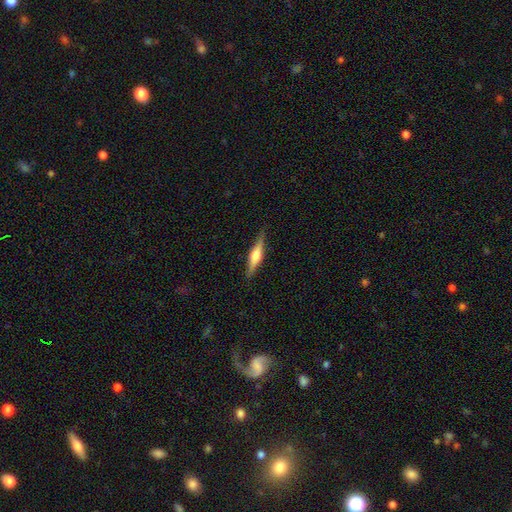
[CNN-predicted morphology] This appears to be a featured or disk galaxy (63%) viewed edge-on (97%) with a rounded central bulge (90%). Merging: none (88%).